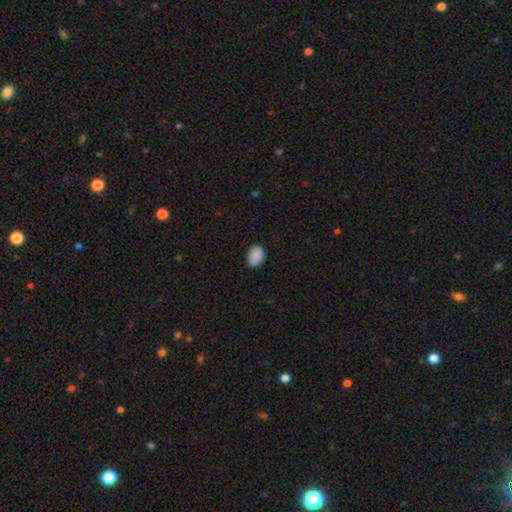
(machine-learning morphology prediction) A smooth galaxy with no disk features (89%) that is in between round and cigar-shaped (75%). Merging: none (84%).